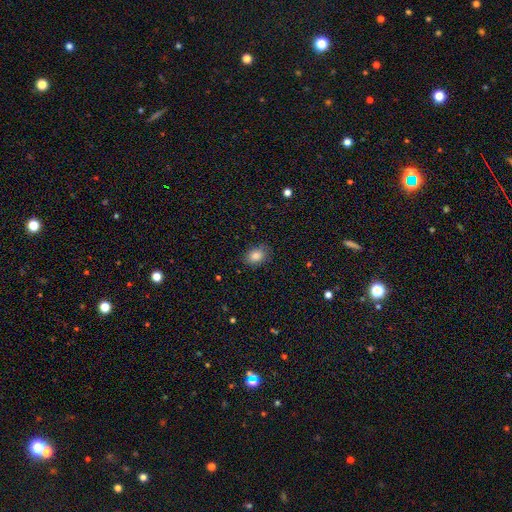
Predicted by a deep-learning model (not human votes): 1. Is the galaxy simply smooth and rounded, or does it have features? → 86% smooth, 9% star or artifact, 5% featured or disk.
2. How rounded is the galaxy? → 73% in between, 26% round, 1% cigar-shaped.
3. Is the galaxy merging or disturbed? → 84% none, 12% minor disturbance, 3% major disturbance, 1% merger.